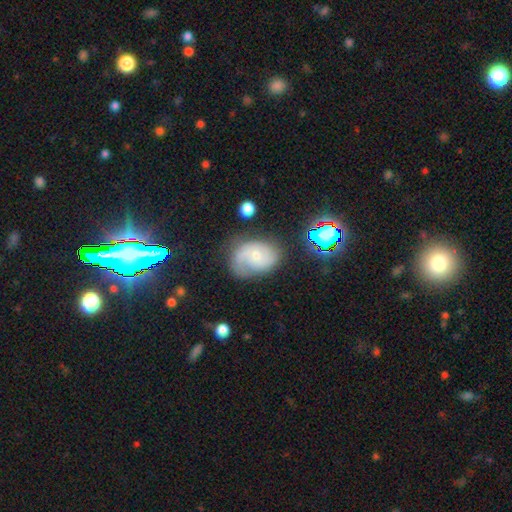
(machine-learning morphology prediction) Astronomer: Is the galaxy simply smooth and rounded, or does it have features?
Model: featured or disk — 62%.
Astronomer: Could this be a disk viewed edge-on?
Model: no — 97%.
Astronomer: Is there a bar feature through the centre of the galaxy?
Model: no — 70%.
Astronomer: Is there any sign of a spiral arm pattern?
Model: yes — 88%.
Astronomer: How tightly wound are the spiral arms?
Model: medium — 43% (runner-up: tight, 29%).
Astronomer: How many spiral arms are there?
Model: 2 — 56%.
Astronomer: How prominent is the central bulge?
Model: small — 65%.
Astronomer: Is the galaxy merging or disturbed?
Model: none — 55%.